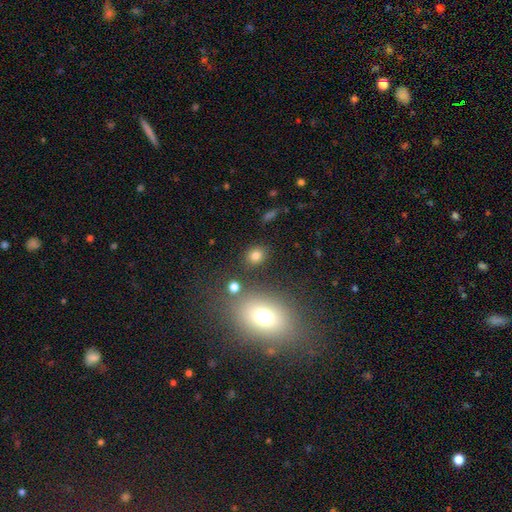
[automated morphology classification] smooth 78%, star or artifact 14%, featured or disk 8%. Down the decision tree: how rounded — round (60%); merging — none (83%).